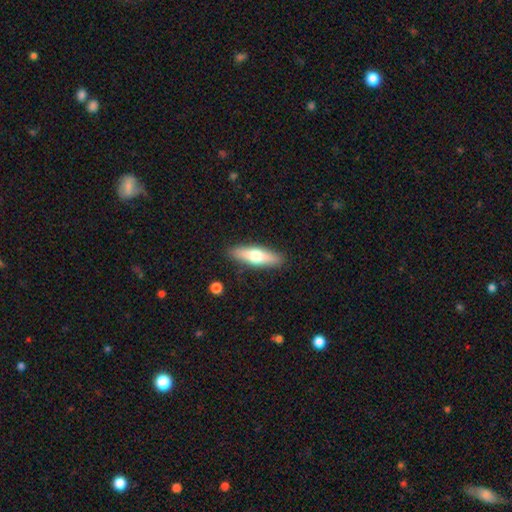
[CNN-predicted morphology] Smooth or featured?
  - smooth: 59% *
  - featured or disk: 35%
  - star or artifact: 6%
How rounded?
  - cigar-shaped: 60% *
  - in between: 38%
  - round: 2%
Merging?
  - none: 88% *
  - minor disturbance: 9%
  - major disturbance: 2%
  - merger: 1%